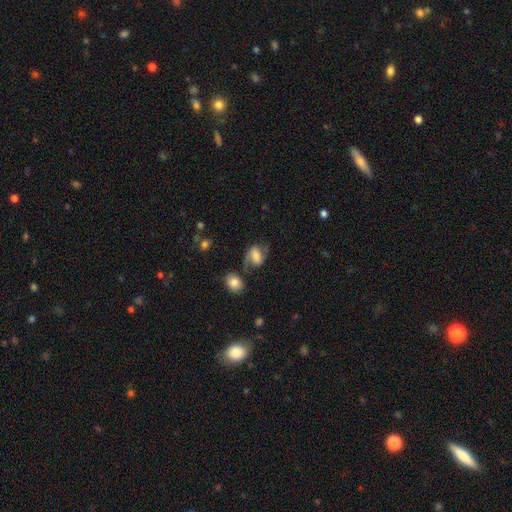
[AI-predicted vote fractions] Smooth or featured? Predicted: featured or disk (p=0.54). Edge-on disk? Predicted: no (p=0.97). Bar? Predicted: weak (p=0.40). Spiral arms? Predicted: yes (p=0.86). Bulge size? Predicted: moderate (p=0.30). Merging? Predicted: none (p=0.49).